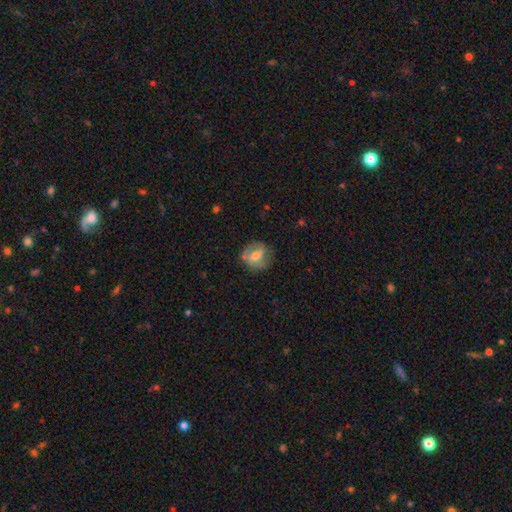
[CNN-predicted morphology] Q: Smooth or featured?
A: featured or disk (46%); tied with: smooth (46%)
Q: Merging?
A: none (66%); runner-up: minor disturbance (21%)